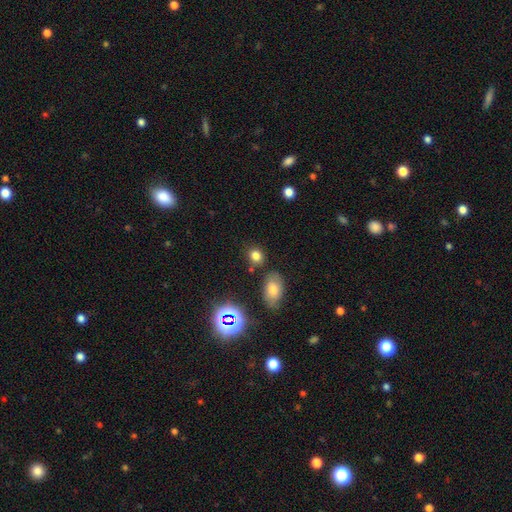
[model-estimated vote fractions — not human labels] smooth-or-featured: smooth: 76% | star or artifact: 17% | featured or disk: 7%
  how-rounded: round: 56% | in between: 43% | cigar-shaped: 2%
  merging: none: 74% | minor disturbance: 13% | merger: 9% | major disturbance: 4%